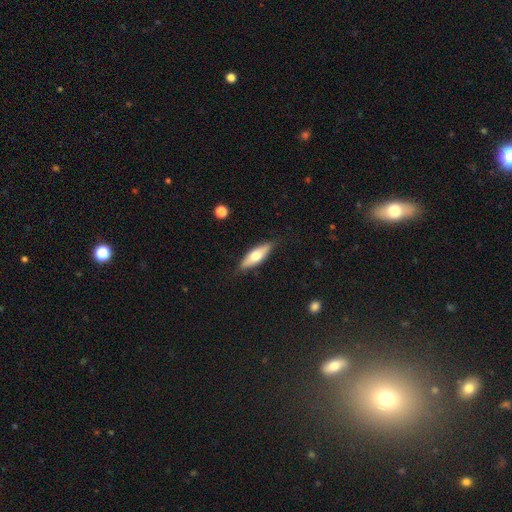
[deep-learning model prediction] smooth 58%, featured or disk 36%, star or artifact 6%. Down the decision tree: how rounded — in between (54%); merging — none (84%).